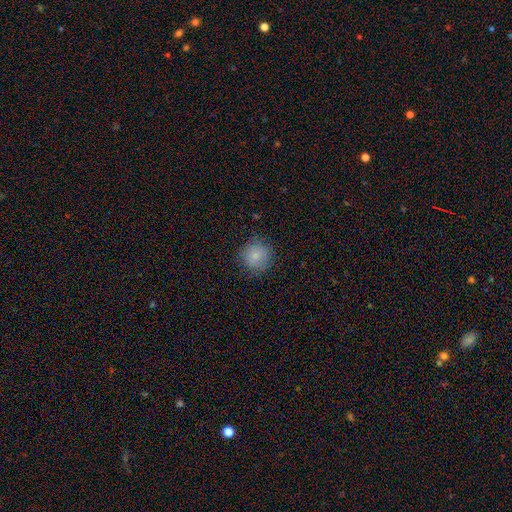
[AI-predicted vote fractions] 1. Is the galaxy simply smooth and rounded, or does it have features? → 82% smooth, 9% star or artifact, 9% featured or disk.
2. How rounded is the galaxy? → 91% round, 8% in between, 1% cigar-shaped.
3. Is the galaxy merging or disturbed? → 82% none, 13% minor disturbance, 4% major disturbance, 1% merger.